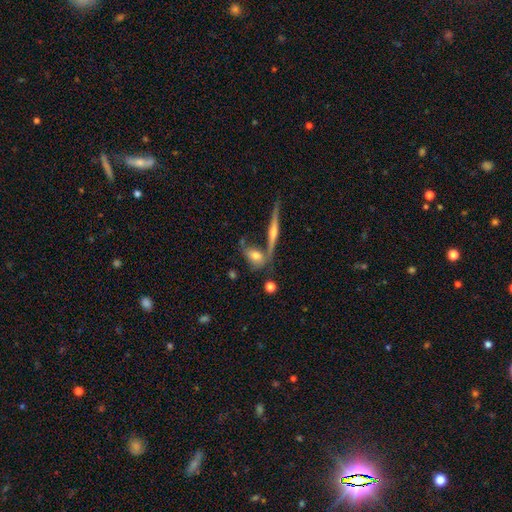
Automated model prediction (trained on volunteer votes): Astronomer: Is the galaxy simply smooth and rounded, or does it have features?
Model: smooth — 62%.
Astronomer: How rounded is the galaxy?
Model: in between — 66%.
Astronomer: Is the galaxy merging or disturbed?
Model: none — 53%.